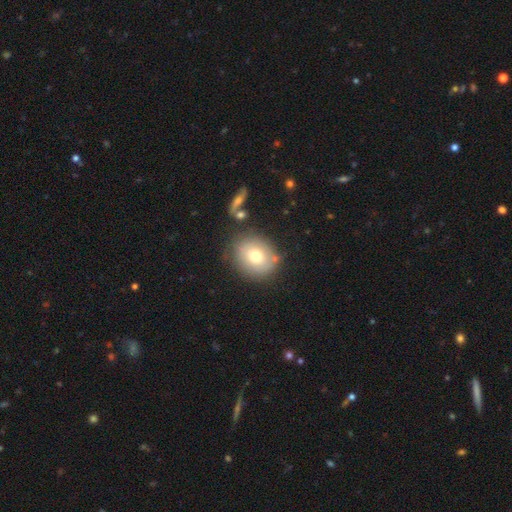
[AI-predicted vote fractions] This appears to be a smooth galaxy with no disk features (70%) that is round (68%). Merging: none (76%).